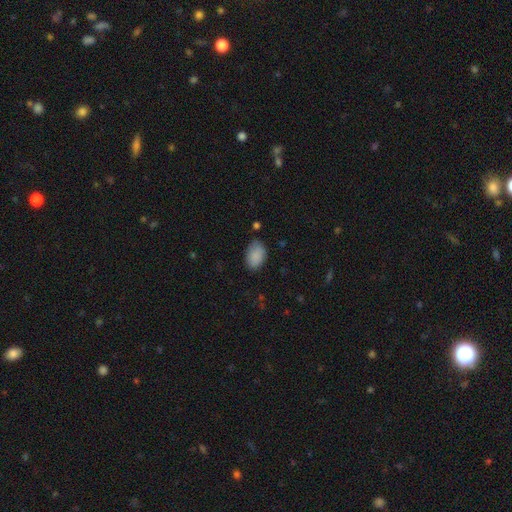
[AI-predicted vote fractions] Overall: smooth (88%). How rounded: in between (90%). Merging: none (75%).